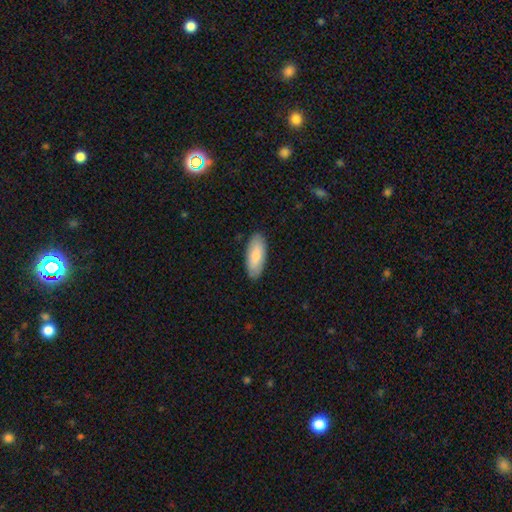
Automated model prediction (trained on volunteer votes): The model was most divided on "smooth or featured": smooth: 75%, featured or disk: 20%, star or artifact: 6%. More confident: merging — none (88%); how rounded — in between (82%).